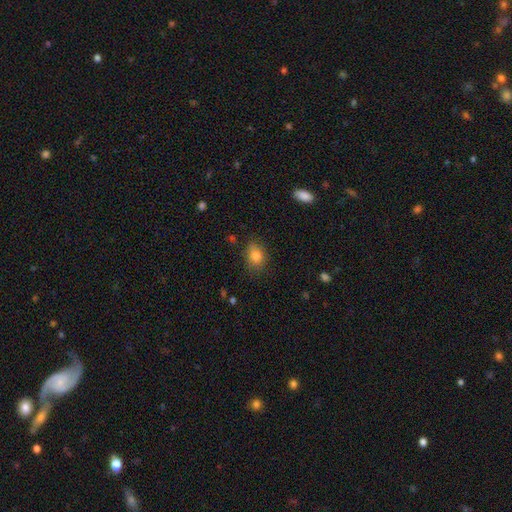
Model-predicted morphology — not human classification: Q: Smooth or featured?
A: smooth (82%); runner-up: star or artifact (10%)
Q: How rounded?
A: in between (56%); runner-up: round (43%)
Q: Merging?
A: none (72%); runner-up: minor disturbance (21%)